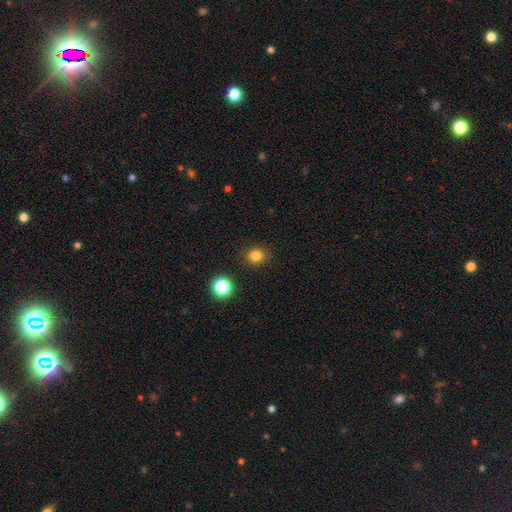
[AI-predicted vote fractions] Smooth or featured? Predicted: smooth (p=0.81). How rounded? Predicted: round (p=0.83). Merging? Predicted: none (p=0.89).